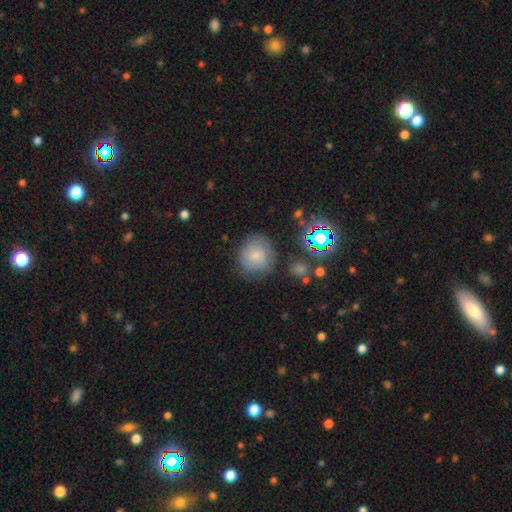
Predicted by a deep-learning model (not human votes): Smooth or featured?
  - smooth: 70% *
  - featured or disk: 18%
  - star or artifact: 12%
How rounded?
  - round: 86% *
  - in between: 13%
  - cigar-shaped: 1%
Merging?
  - none: 72% *
  - minor disturbance: 18%
  - major disturbance: 6%
  - merger: 4%